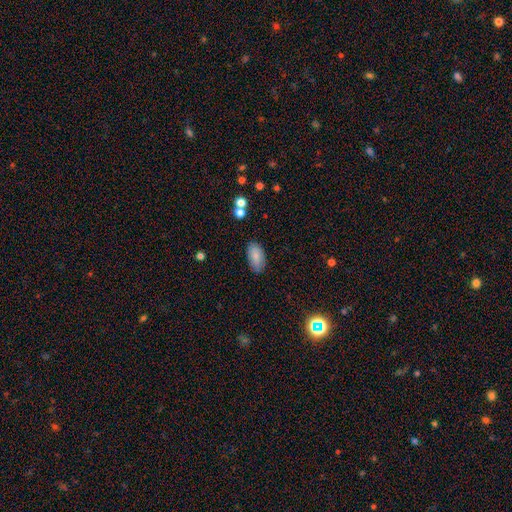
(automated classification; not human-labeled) Overall: smooth (83%). How rounded: in between (93%). Merging: none (82%).